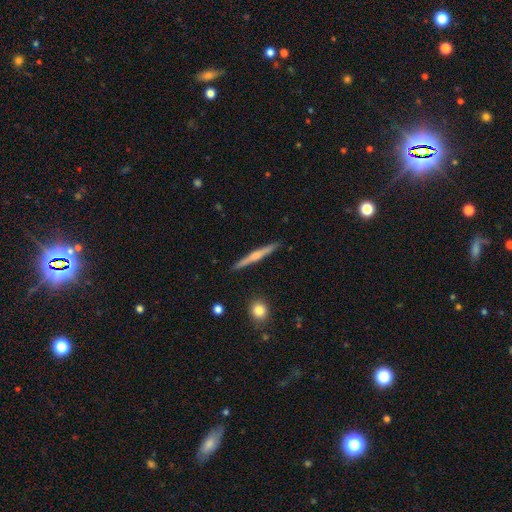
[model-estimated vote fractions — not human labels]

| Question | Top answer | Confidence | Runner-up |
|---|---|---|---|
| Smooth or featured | featured or disk | 59% | smooth (35%) |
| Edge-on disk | yes | 98% | no (2%) |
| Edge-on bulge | rounded | 69% | none (23%) |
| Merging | none | 90% | minor disturbance (7%) |